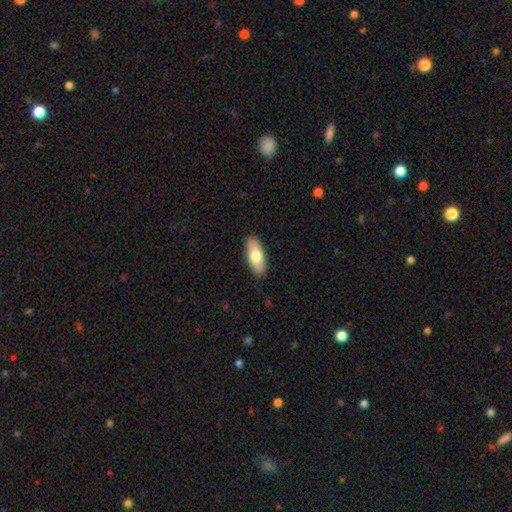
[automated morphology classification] This appears to be a smooth galaxy with no disk features (76%) that is in between round and cigar-shaped (79%). Merging: none (90%).